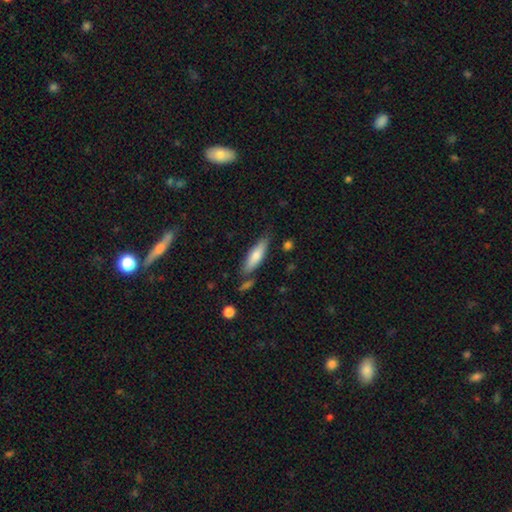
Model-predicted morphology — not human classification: This is likely a smooth galaxy (71%). How rounded: likely cigar-shaped (61%). Merging: likely none (75%).